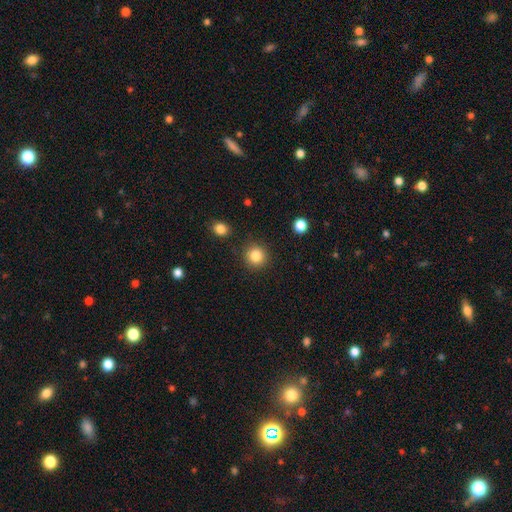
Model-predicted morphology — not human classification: type=smooth (84%); roundness=round (93%); merging=none (89%).